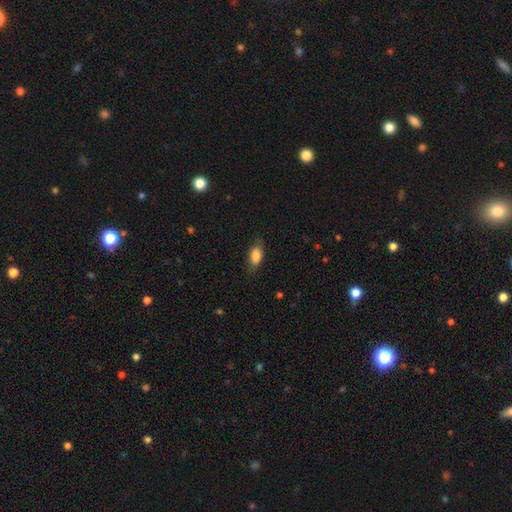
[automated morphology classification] This is clearly a smooth galaxy (83%). How rounded: clearly in between (86%). Merging: likely none (73%).